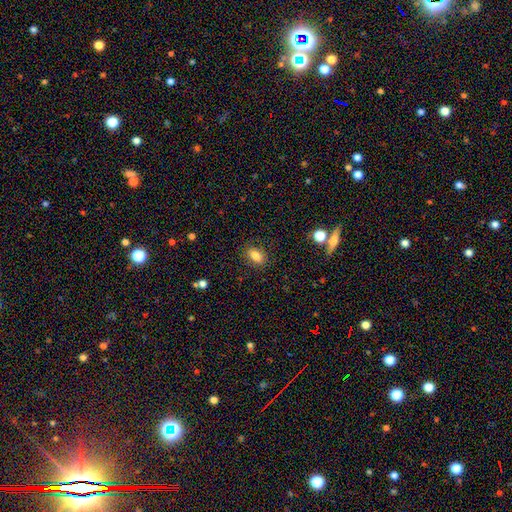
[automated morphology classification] smooth_or_featured: smooth (p=0.82) [alt: star or artifact p=0.10]
how_rounded: in between (p=0.83) [alt: round p=0.14]
merging: none (p=0.86) [alt: minor disturbance p=0.10]